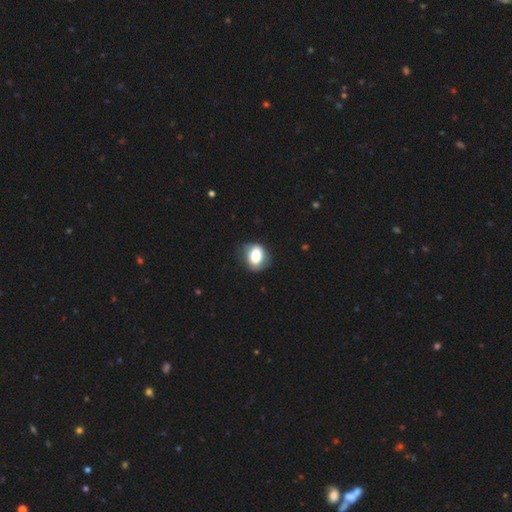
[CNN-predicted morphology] Smooth or featured?
  - smooth: 76% *
  - featured or disk: 16%
  - star or artifact: 8%
How rounded?
  - in between: 58% *
  - round: 41%
  - cigar-shaped: 1%
Merging?
  - none: 65% *
  - minor disturbance: 25%
  - major disturbance: 8%
  - merger: 2%